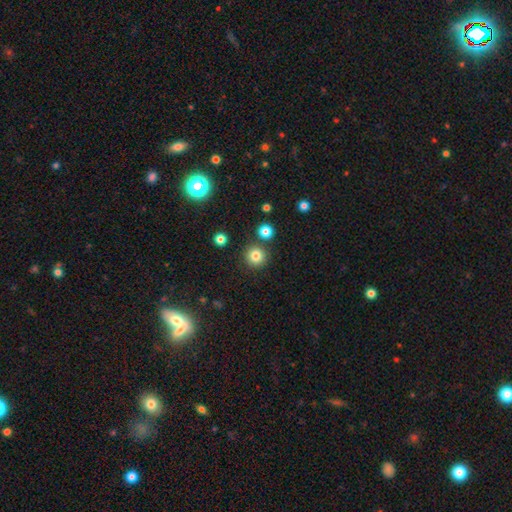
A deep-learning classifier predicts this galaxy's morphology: This is clearly a smooth galaxy (82%). How rounded: clearly round (95%). Merging: clearly none (86%).